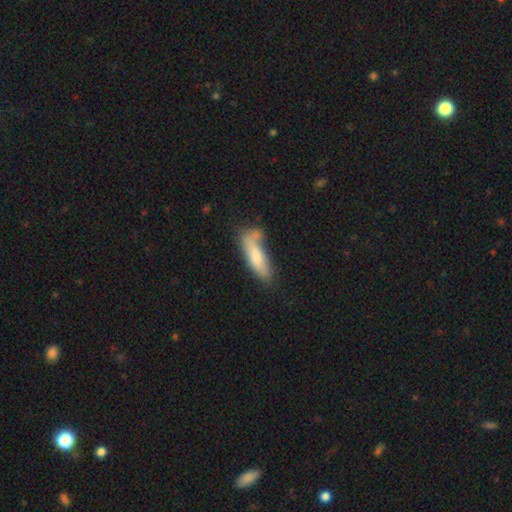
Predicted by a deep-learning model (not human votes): smooth-or-featured: smooth: 72% | featured or disk: 21% | star or artifact: 7%
  how-rounded: cigar-shaped: 60% | in between: 38% | round: 2%
  merging: none: 46% | minor disturbance: 25% | merger: 19% | major disturbance: 11%